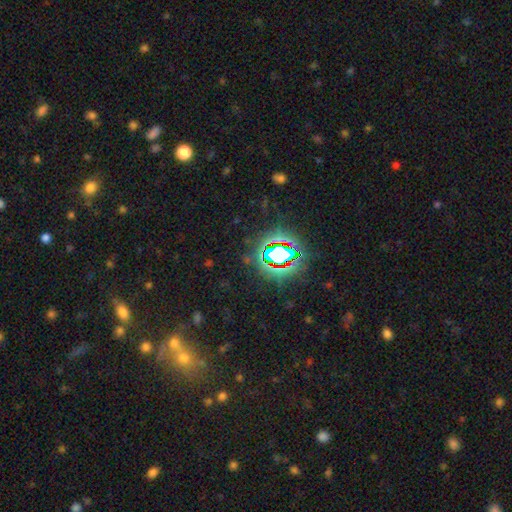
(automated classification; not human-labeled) Smooth or featured? star or artifact (79%)